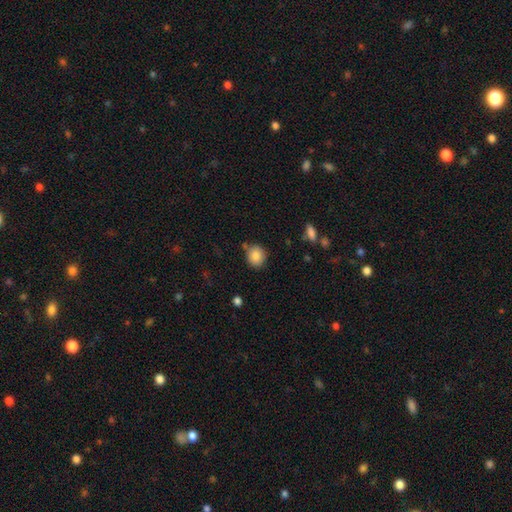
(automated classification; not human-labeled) Smooth or featured? smooth (85%)
How rounded? round (81%)
Merging? none (80%)